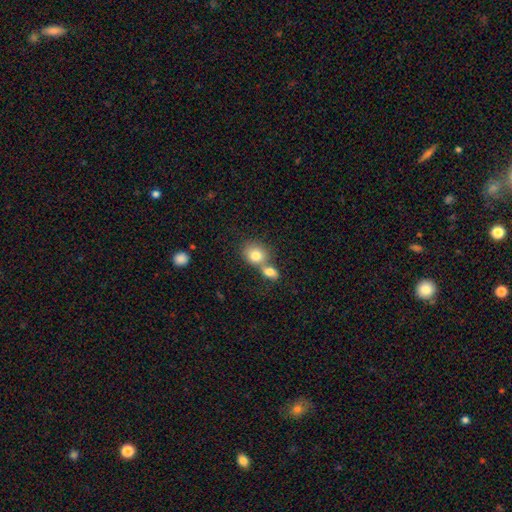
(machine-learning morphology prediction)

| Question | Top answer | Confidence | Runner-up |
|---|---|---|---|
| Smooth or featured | smooth | 80% | featured or disk (11%) |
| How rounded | round | 65% | in between (34%) |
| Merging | merger | 54% | none (36%) |